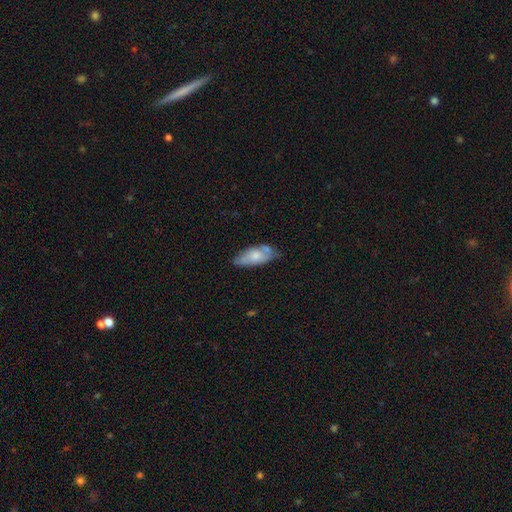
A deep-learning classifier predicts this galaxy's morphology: smooth-or-featured: smooth: 58% | featured or disk: 35% | star or artifact: 7%
  how-rounded: in between: 84% | cigar-shaped: 14% | round: 3%
  merging: none: 55% | minor disturbance: 28% | merger: 10% | major disturbance: 7%